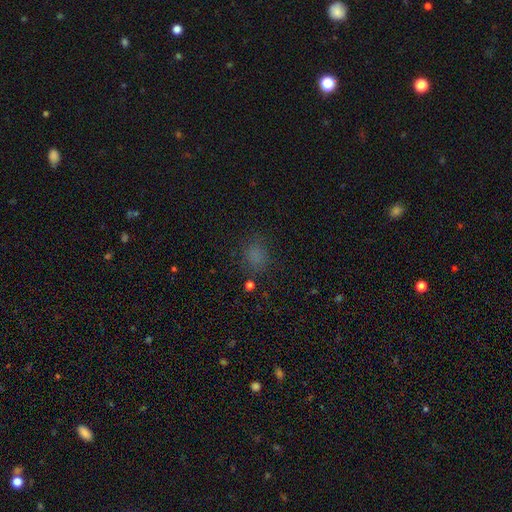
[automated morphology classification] Smooth or featured? Predicted: smooth (p=0.72). How rounded? Predicted: round (p=0.59). Merging? Predicted: none (p=0.78).